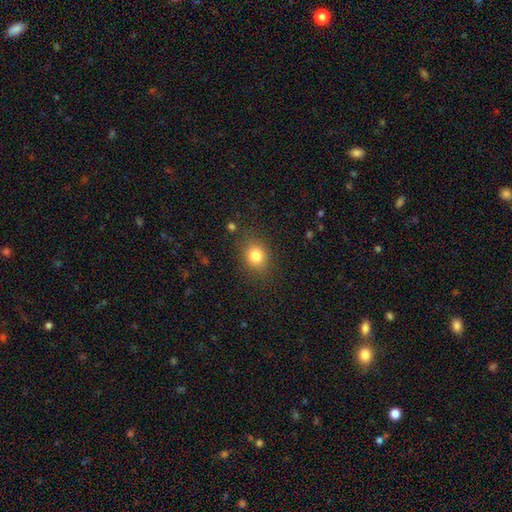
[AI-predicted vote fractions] smooth 81%, star or artifact 12%, featured or disk 7%. Down the decision tree: how rounded — round (68%); merging — none (84%).